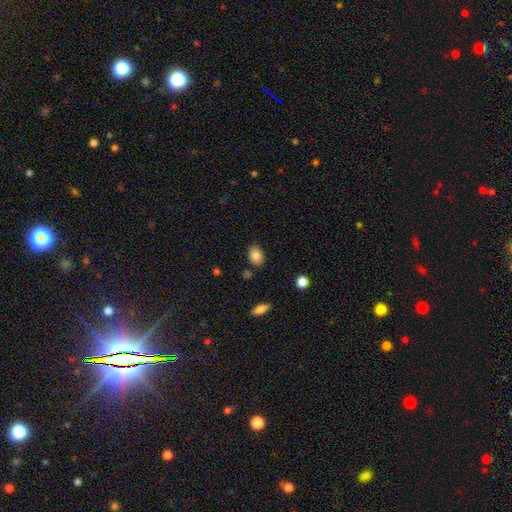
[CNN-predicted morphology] A smooth galaxy with no disk features (84%) that is in between round and cigar-shaped (80%). Merging: none (82%).